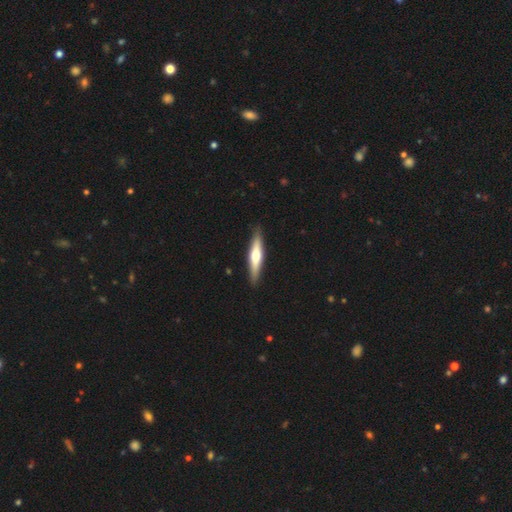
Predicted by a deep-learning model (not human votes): featured or disk 53%, smooth 43%, star or artifact 5%. Down the decision tree: edge-on disk — yes (95%); merging — none (90%).